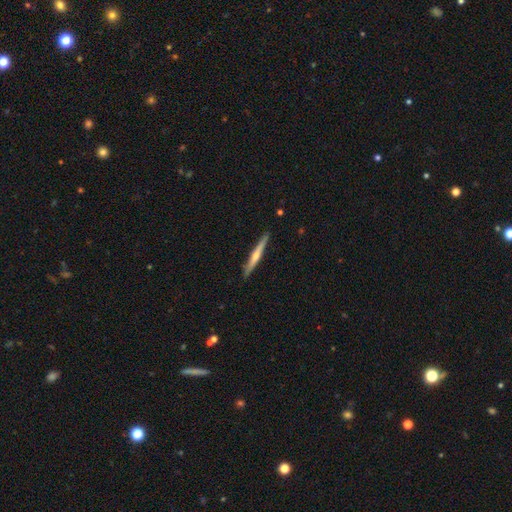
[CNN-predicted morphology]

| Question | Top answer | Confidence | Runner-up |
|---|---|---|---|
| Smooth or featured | featured or disk | 65% | smooth (29%) |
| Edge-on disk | yes | 97% | no (3%) |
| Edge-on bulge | rounded | 79% | none (17%) |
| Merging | none | 91% | minor disturbance (7%) |